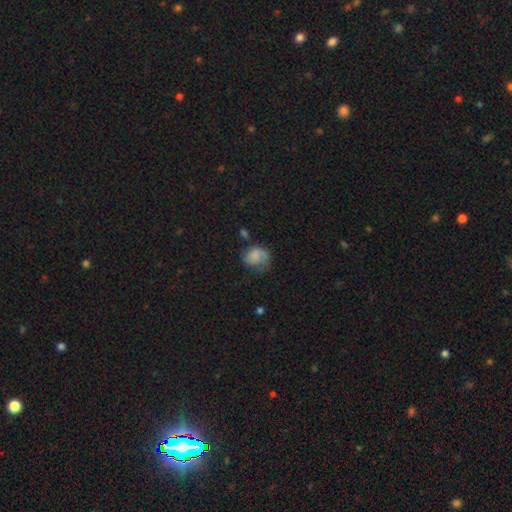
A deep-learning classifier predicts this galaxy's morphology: smooth-or-featured: smooth: 60% | featured or disk: 31% | star or artifact: 9%
  how-rounded: round: 56% | in between: 43% | cigar-shaped: 1%
  merging: none: 42% | minor disturbance: 29% | major disturbance: 25% | merger: 3%